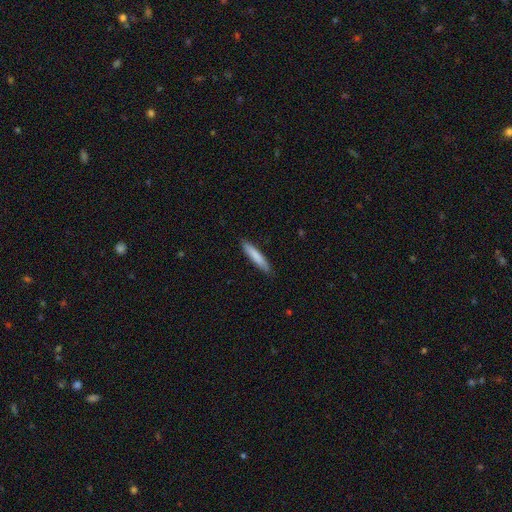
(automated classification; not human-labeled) Smooth or featured?
  - smooth: 83% *
  - featured or disk: 12%
  - star or artifact: 5%
How rounded?
  - cigar-shaped: 89% *
  - in between: 10%
  - round: 1%
Merging?
  - none: 89% *
  - minor disturbance: 9%
  - major disturbance: 2%
  - merger: 1%